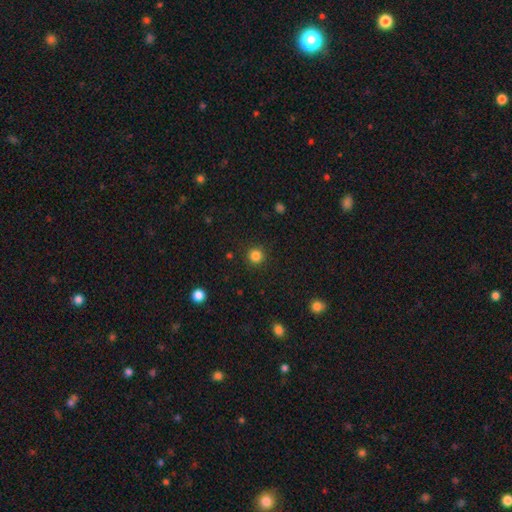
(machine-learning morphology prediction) Overall: smooth (84%). How rounded: round (95%). Merging: none (91%).